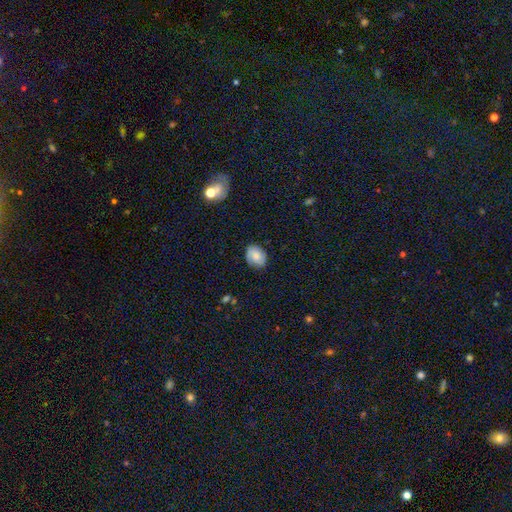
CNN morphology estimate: Smooth or featured? smooth (69%)
How rounded? in between (60%)
Merging? none (81%)